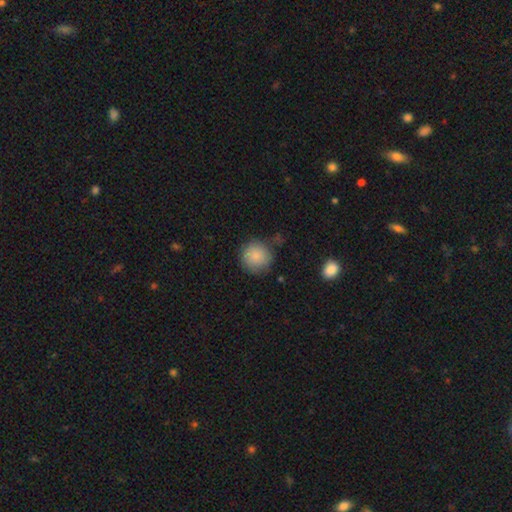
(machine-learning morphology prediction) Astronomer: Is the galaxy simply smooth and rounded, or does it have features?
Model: smooth — 85%.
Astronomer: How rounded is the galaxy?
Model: round — 93%.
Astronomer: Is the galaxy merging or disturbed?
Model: none — 77%.